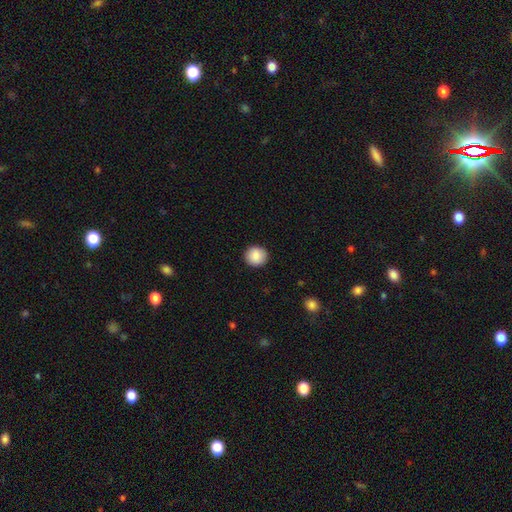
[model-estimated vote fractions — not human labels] Q: Smooth or featured?
A: smooth (88%); runner-up: star or artifact (8%)
Q: How rounded?
A: round (90%); runner-up: in between (9%)
Q: Merging?
A: none (91%); runner-up: minor disturbance (6%)